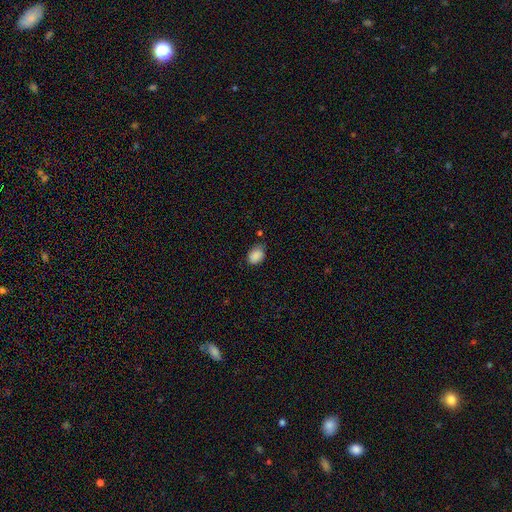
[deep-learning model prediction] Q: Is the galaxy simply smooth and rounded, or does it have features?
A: smooth — 87%.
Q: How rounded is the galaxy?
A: in between — 71%.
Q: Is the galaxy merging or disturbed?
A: none — 67%.